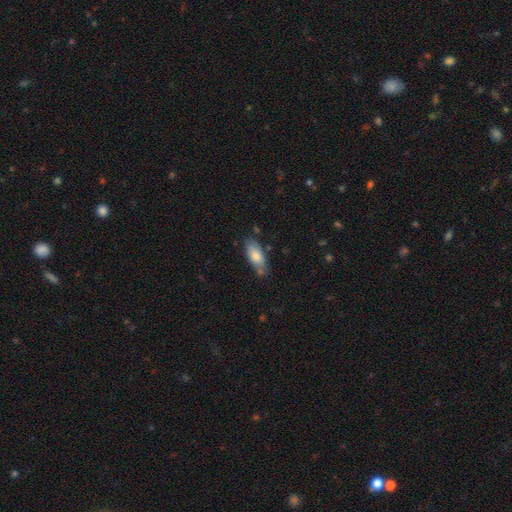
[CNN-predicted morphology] type=smooth (78%); roundness=in between (83%); merging=none (69%).